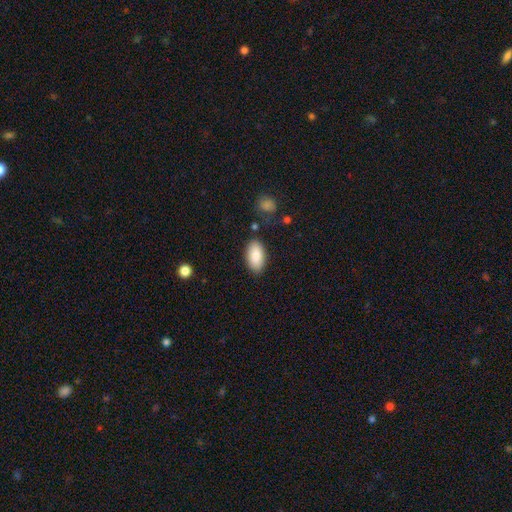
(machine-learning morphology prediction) A smooth galaxy with no disk features (88%) that is in between round and cigar-shaped (94%).

Vote fractions:
- Smooth or featured? smooth: 88% / star or artifact: 6% / featured or disk: 6%
- How rounded? in between: 94% / round: 3% / cigar-shaped: 3%
- Merging? none: 83% / minor disturbance: 11% / major disturbance: 3% / merger: 3%